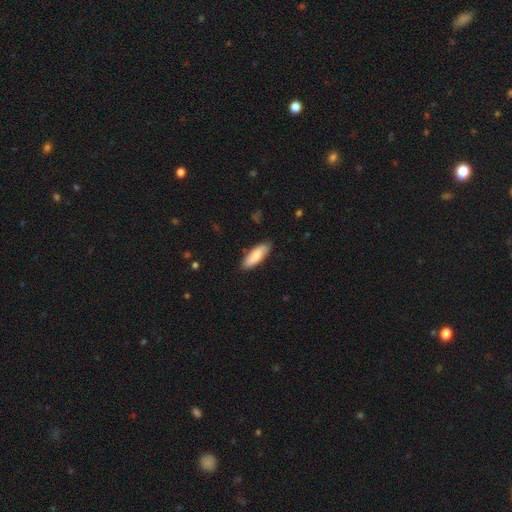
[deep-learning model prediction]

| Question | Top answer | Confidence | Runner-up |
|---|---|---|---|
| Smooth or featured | smooth | 76% | featured or disk (18%) |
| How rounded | in between | 65% | cigar-shaped (33%) |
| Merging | none | 85% | minor disturbance (12%) |